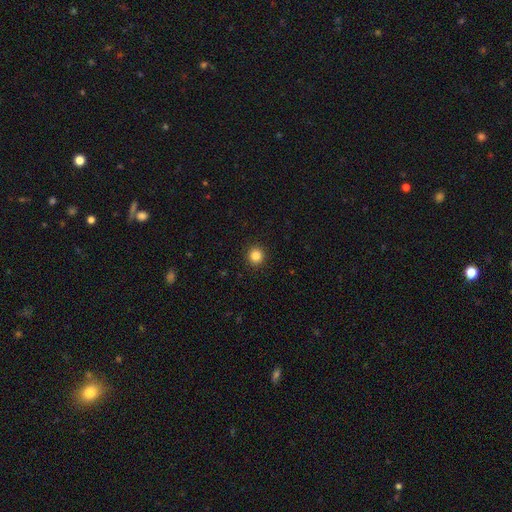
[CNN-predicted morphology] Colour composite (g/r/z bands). It shows a smooth galaxy with no disk features (84%) that is round (92%). Merging: none (93%).